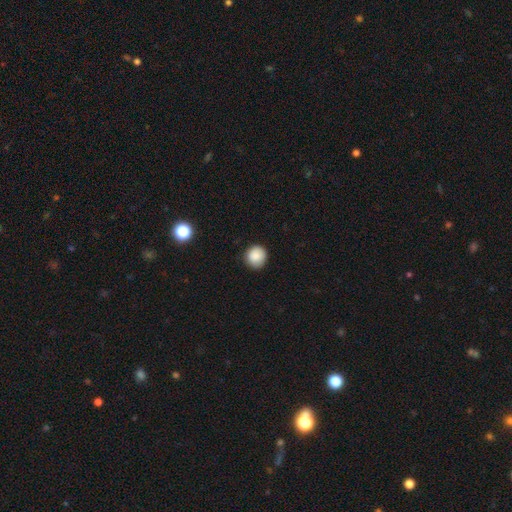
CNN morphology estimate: This is clearly a smooth galaxy (88%). How rounded: clearly round (92%). Merging: clearly none (85%).